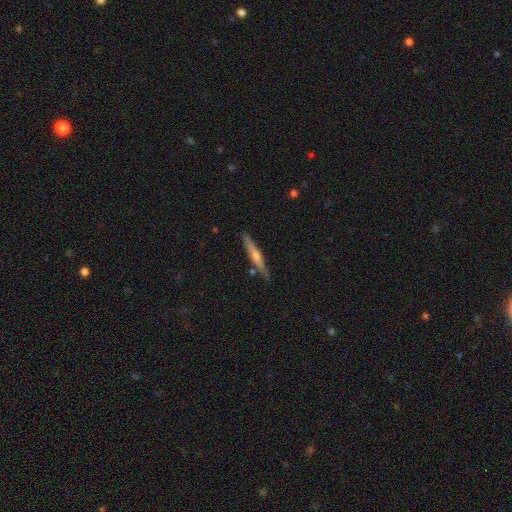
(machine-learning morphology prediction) This appears to be a featured or disk galaxy (50%) viewed edge-on (96%). Merging: none (84%).